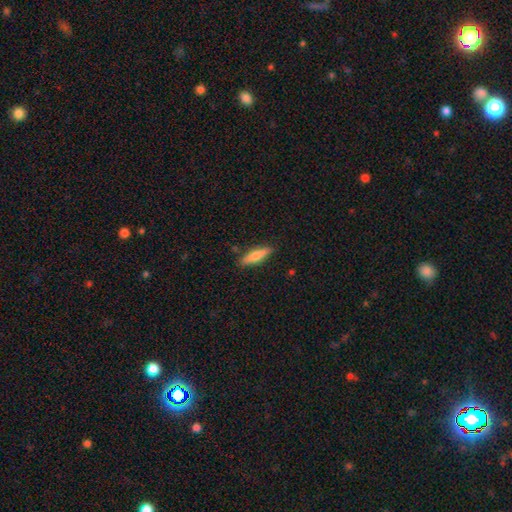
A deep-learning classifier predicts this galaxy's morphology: smooth_or_featured: smooth (p=0.69) [alt: featured or disk p=0.24]
how_rounded: cigar-shaped (p=0.65) [alt: in between p=0.33]
merging: none (p=0.86) [alt: minor disturbance p=0.11]